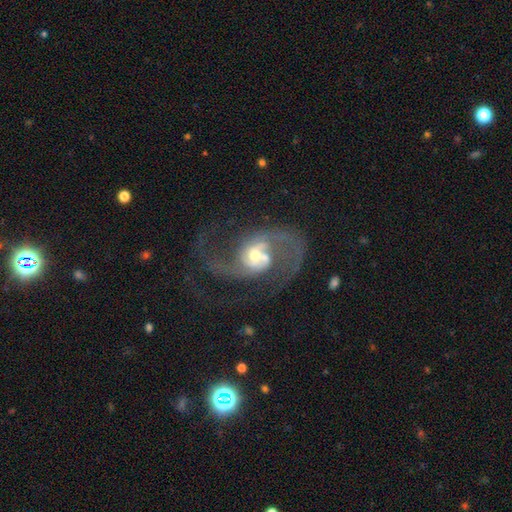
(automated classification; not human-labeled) smooth-or-featured: featured or disk: 88% | star or artifact: 6% | smooth: 6%
  disk-edge-on: no: 98% | yes: 2%
    bar: no: 55% | weak: 35% | strong: 10%
    has-spiral-arms: yes: 96% | no: 4%
      spiral-winding: medium: 47% | loose: 42% | tight: 11%
      spiral-arm-count: 2: 84% | can't tell: 4% | 1: 4% | 3: 4% | 4: 2% | more than 4: 2%
    bulge-size: moderate: 55% | small: 34% | large: 8% | none: 2% | dominant: 2%
  merging: none: 44% | major disturbance: 24% | merger: 18% | minor disturbance: 13%